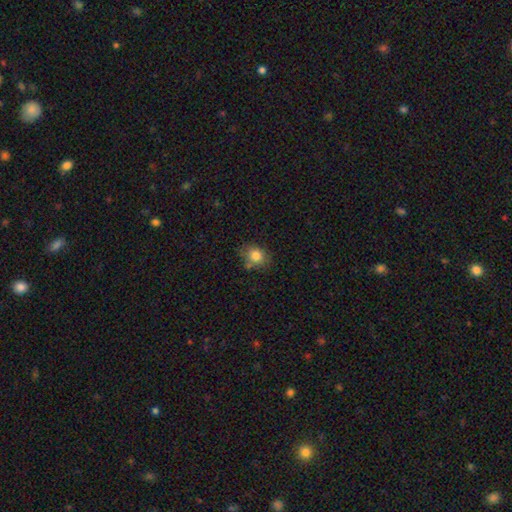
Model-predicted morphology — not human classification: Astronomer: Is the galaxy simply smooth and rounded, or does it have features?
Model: smooth — 81%.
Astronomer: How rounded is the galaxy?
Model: round — 55% (runner-up: in between, 44%).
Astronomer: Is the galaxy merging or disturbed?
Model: none — 67%.